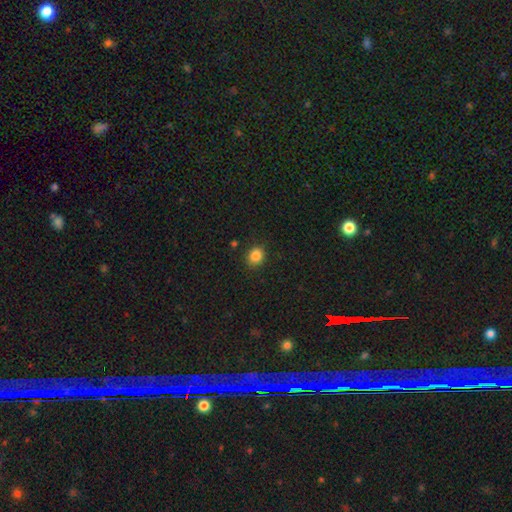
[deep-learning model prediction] Smooth or featured? smooth (85%)
How rounded? round (61%)
Merging? none (88%)